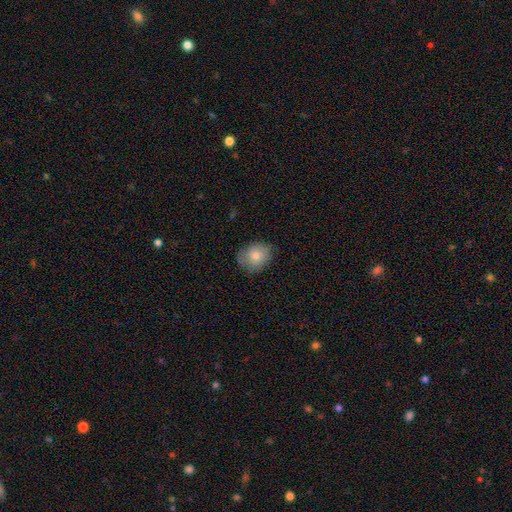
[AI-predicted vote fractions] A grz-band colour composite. It shows a smooth galaxy with no disk features (71%) that is round (54%). Merging: none (75%).